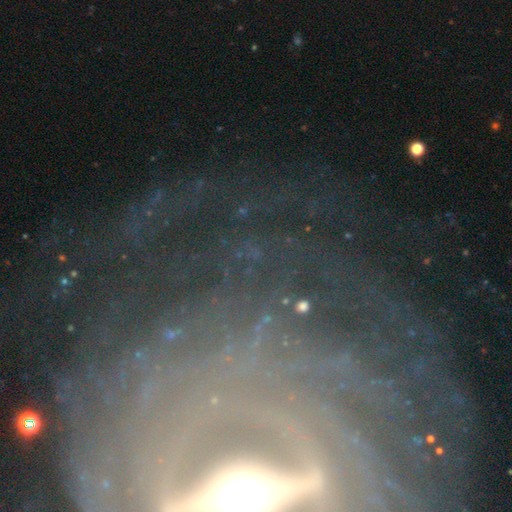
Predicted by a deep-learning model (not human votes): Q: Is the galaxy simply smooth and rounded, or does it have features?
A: featured or disk — 79%.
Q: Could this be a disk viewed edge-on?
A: no — 85%.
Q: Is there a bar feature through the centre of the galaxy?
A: strong — 52%.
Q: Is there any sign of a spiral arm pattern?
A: yes — 79%.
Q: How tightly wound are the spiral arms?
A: tight — 63%.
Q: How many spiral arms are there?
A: can't tell — 34%.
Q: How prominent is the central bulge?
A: moderate — 49%.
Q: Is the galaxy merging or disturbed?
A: none — 69%.